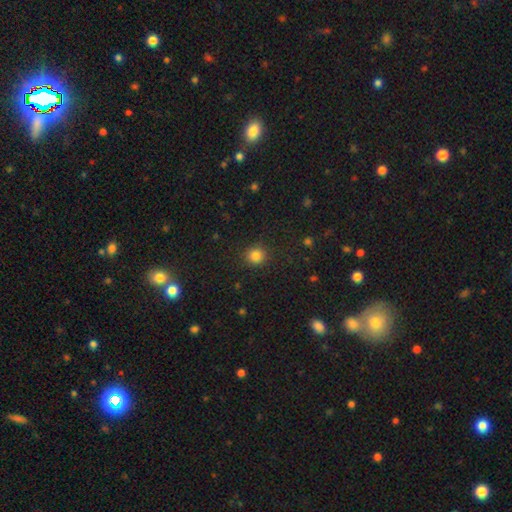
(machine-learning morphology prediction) Smooth or featured?
  - smooth: 84% *
  - star or artifact: 12%
  - featured or disk: 4%
How rounded?
  - round: 91% *
  - in between: 8%
  - cigar-shaped: 1%
Merging?
  - none: 90% *
  - minor disturbance: 7%
  - major disturbance: 3%
  - merger: 1%